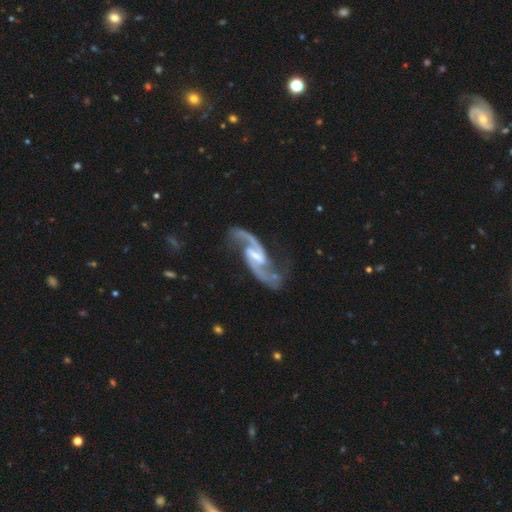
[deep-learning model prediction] Smooth or featured?
  - featured or disk: 93% *
  - star or artifact: 4%
  - smooth: 3%
Edge-on disk?
  - no: 97% *
  - yes: 3%
Bar?
  - weak: 49% *
  - strong: 39%
  - no: 11%
Spiral arms?
  - yes: 98% *
  - no: 2%
Spiral winding?
  - loose: 48% *
  - medium: 44%
  - tight: 8%
Spiral arm count?
  - 2: 94% *
  - can't tell: 1%
  - 1: 1%
  - 3: 1%
  - 4: 1%
  - more than 4: 1%
Bulge size?
  - small: 47% *
  - moderate: 30%
  - none: 19%
  - large: 3%
  - dominant: 1%
Merging?
  - none: 76% *
  - minor disturbance: 14%
  - major disturbance: 7%
  - merger: 3%